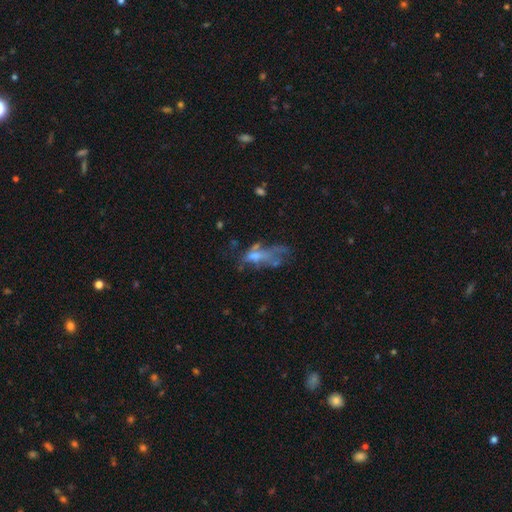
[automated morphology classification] Overall: featured or disk (48%; smooth 34%). Merging: major disturbance (40%; none 28%).